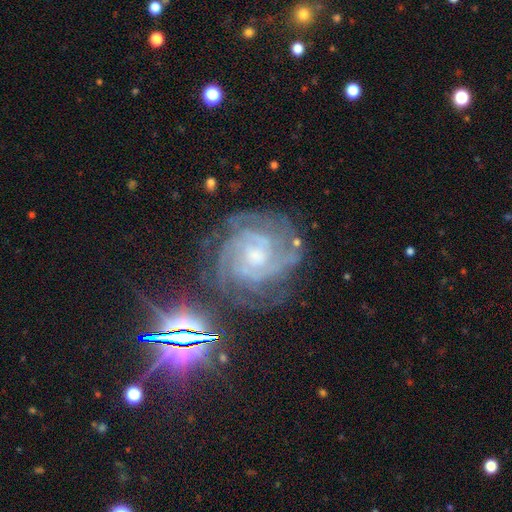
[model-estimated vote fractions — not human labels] This appears to be a featured or disk galaxy (84%) with no bar (62%), tight (71%) spiral arms (96%) and a small central bulge (44%). Merging: none (70%).